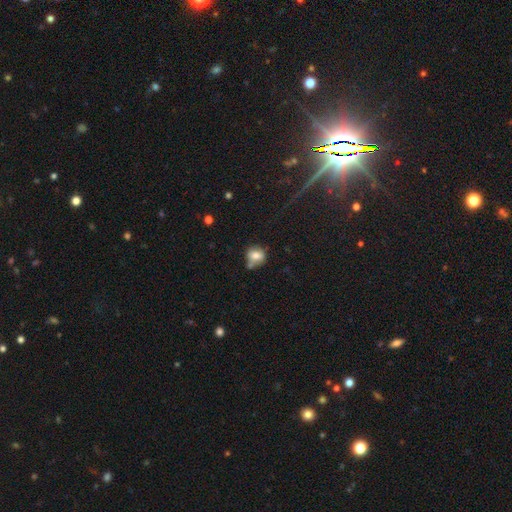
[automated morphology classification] smooth-or-featured: smooth: 74% | featured or disk: 15% | star or artifact: 11%
  how-rounded: round: 73% | in between: 26% | cigar-shaped: 1%
  merging: none: 53% | minor disturbance: 22% | merger: 18% | major disturbance: 7%